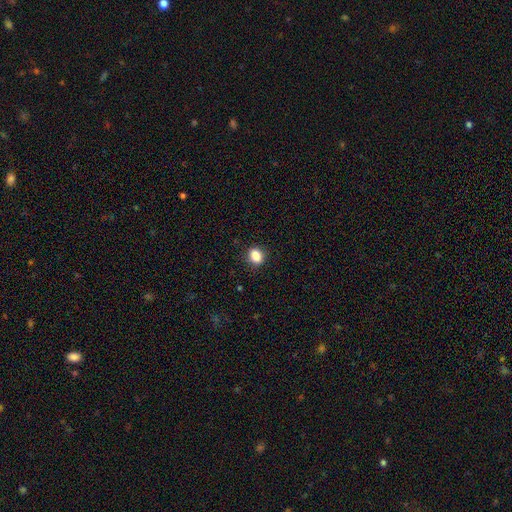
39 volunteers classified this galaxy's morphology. Q: Smooth or featured?
A: smooth (87%); runner-up: star or artifact (10%)
Q: How rounded?
A: in between (65%); runner-up: round (35%)
Q: Merging?
A: none (89%); runner-up: minor disturbance (6%)